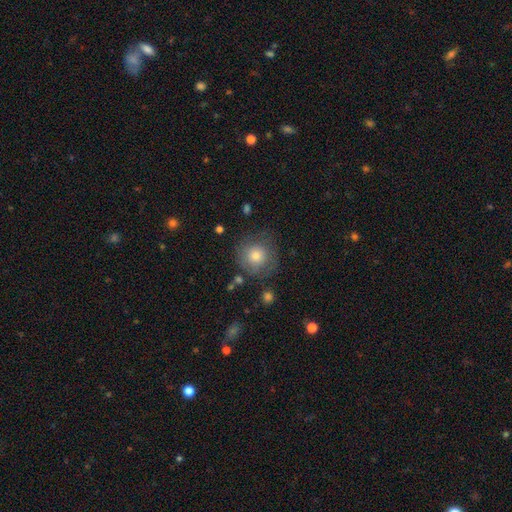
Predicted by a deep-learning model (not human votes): Morphology: type=smooth (66%); roundness=round (92%); merging=none (72%).